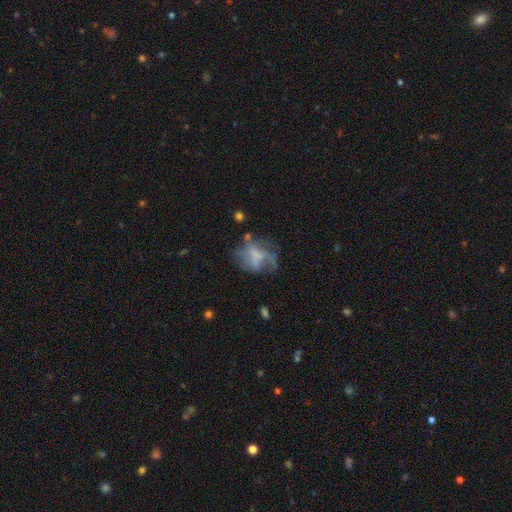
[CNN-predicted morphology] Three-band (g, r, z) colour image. It shows a featured or disk galaxy (48%). Merging: none (38%).